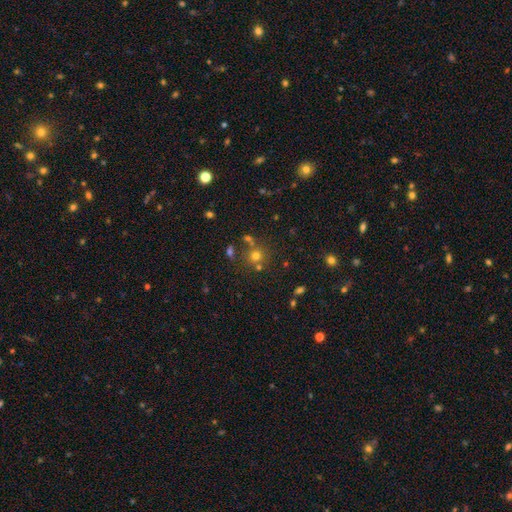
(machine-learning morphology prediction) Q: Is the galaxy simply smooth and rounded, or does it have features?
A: smooth — 67%.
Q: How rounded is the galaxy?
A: round — 89%.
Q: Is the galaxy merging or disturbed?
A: none — 69%.